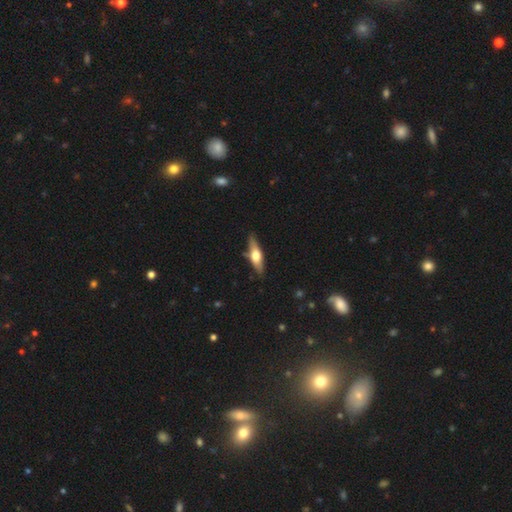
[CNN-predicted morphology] smooth-or-featured: featured or disk: 50% | smooth: 44% | star or artifact: 6%
  merging: none: 83% | minor disturbance: 13% | major disturbance: 2% | merger: 2%